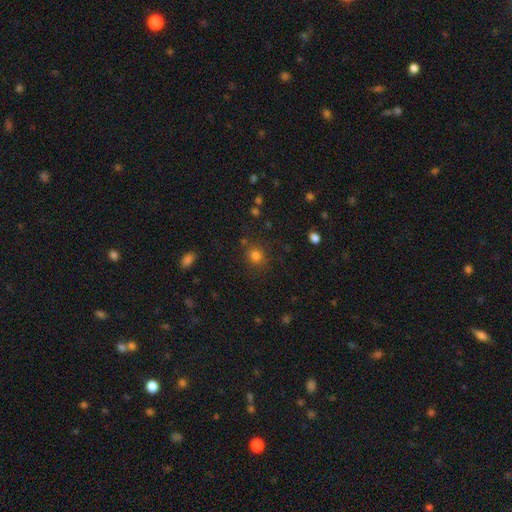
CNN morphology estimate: Smooth or featured: smooth — 79% (star or artifact — 15%)
How rounded: round — 85% (in between — 14%)
Merging: none — 82% (minor disturbance — 10%)